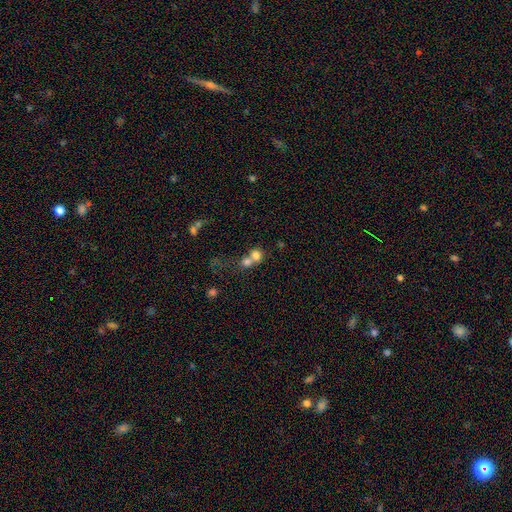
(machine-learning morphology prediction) Smooth or featured: smooth — 74% (featured or disk — 13%)
How rounded: round — 81% (in between — 18%)
Merging: merger — 62% (none — 29%)